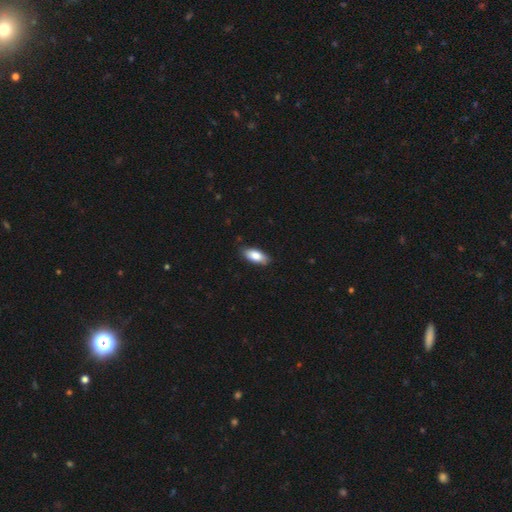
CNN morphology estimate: Smooth or featured?
  - smooth: 83% *
  - featured or disk: 11%
  - star or artifact: 6%
How rounded?
  - in between: 85% *
  - cigar-shaped: 12%
  - round: 2%
Merging?
  - none: 84% *
  - minor disturbance: 13%
  - major disturbance: 2%
  - merger: 1%